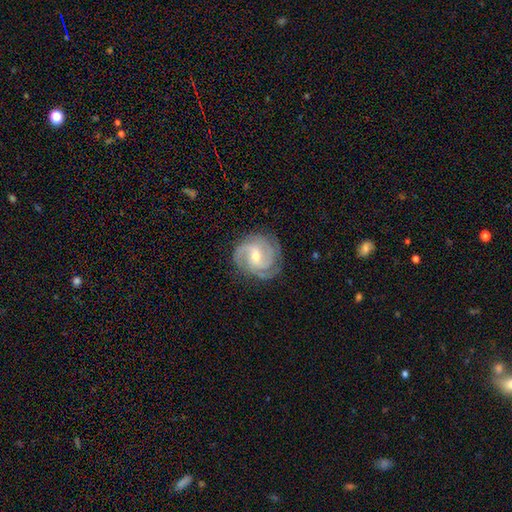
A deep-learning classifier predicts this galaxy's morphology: Q: Smooth or featured?
A: featured or disk (89%); runner-up: smooth (6%)
Q: Edge-on disk?
A: no (98%); runner-up: yes (2%)
Q: Bar?
A: weak (48%); runner-up: no (35%)
Q: Spiral arms?
A: yes (98%); runner-up: no (2%)
Q: Spiral winding?
A: tight (54%); runner-up: medium (38%)
Q: Spiral arm count?
A: 3 (48%); runner-up: 2 (23%)
Q: Bulge size?
A: moderate (50%); runner-up: small (47%)
Q: Merging?
A: none (80%); runner-up: minor disturbance (15%)